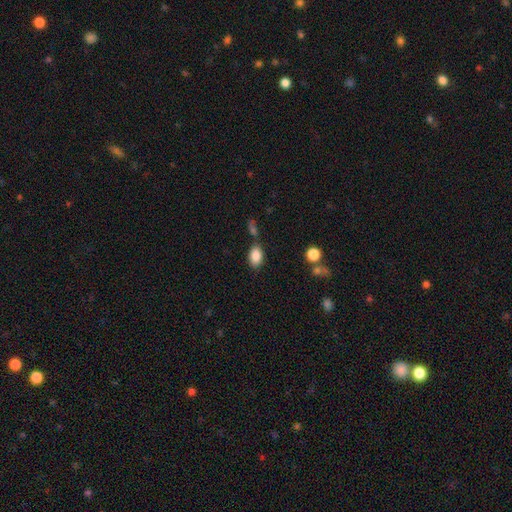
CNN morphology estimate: A smooth galaxy with no disk features (87%) that is in between round and cigar-shaped (86%).

Vote fractions:
- Smooth or featured? smooth: 87% / star or artifact: 8% / featured or disk: 5%
- How rounded? in between: 86% / round: 12% / cigar-shaped: 2%
- Merging? none: 71% / minor disturbance: 14% / merger: 11% / major disturbance: 4%